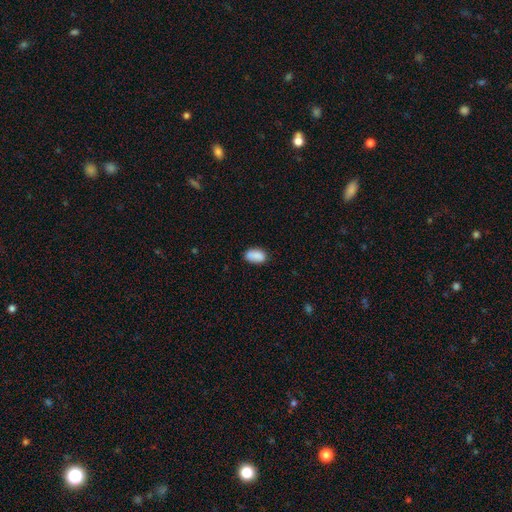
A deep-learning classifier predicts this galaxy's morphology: This is clearly a smooth galaxy (87%). How rounded: clearly in between (92%). Merging: likely none (77%).